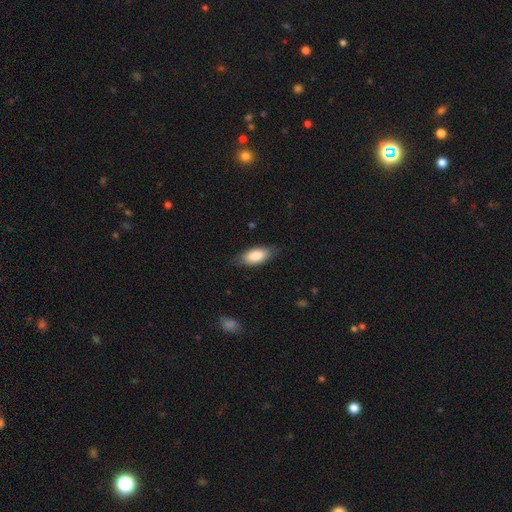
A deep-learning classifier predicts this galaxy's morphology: This is clearly a smooth galaxy (84%). How rounded: clearly in between (87%). Merging: likely none (78%).